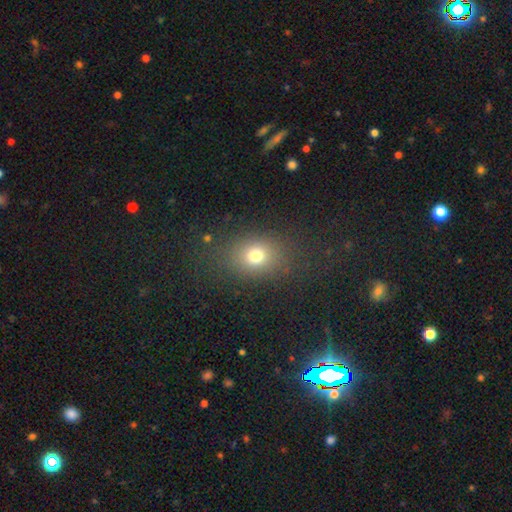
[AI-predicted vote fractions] A smooth galaxy with no disk features (74%) that is in between round and cigar-shaped (53%). Merging: none (80%).